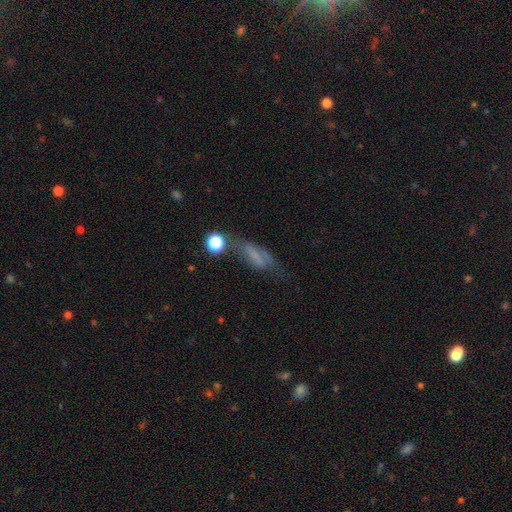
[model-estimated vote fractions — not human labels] A smooth galaxy with no disk features (45%). Merging: none (40%).